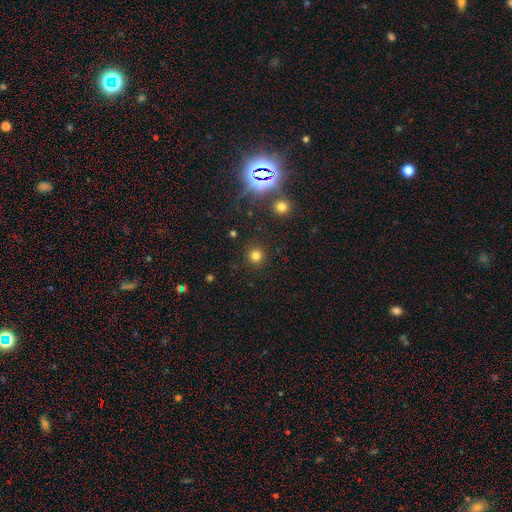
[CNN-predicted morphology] smooth 78%, star or artifact 17%, featured or disk 5%. Down the decision tree: how rounded — round (94%); merging — none (90%).